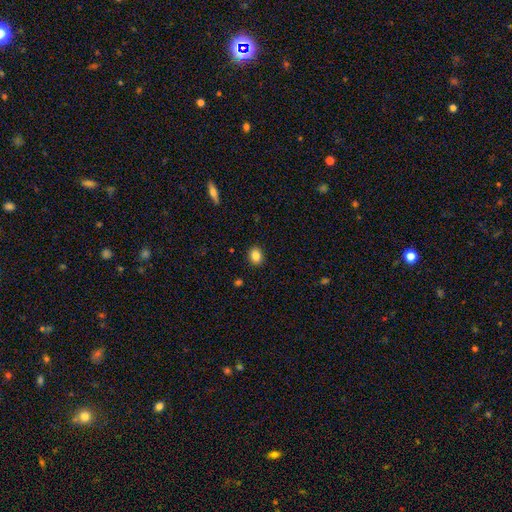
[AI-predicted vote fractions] A smooth galaxy with no disk features (85%) that is round (50%). Merging: none (90%).